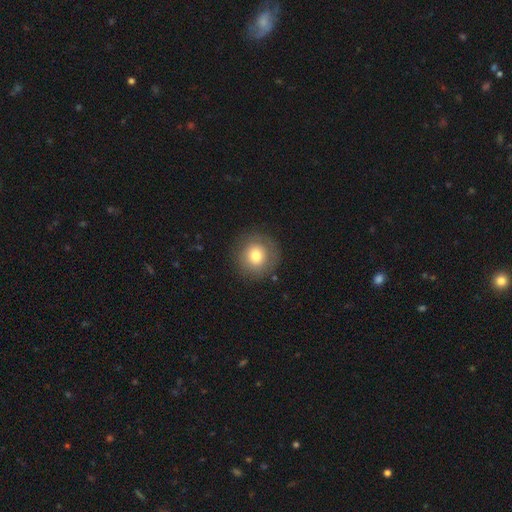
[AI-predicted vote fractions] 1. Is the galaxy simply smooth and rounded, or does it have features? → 73% smooth, 17% featured or disk, 10% star or artifact.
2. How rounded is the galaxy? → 93% round, 6% in between, 1% cigar-shaped.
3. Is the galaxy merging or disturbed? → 84% none, 10% minor disturbance, 4% major disturbance, 1% merger.